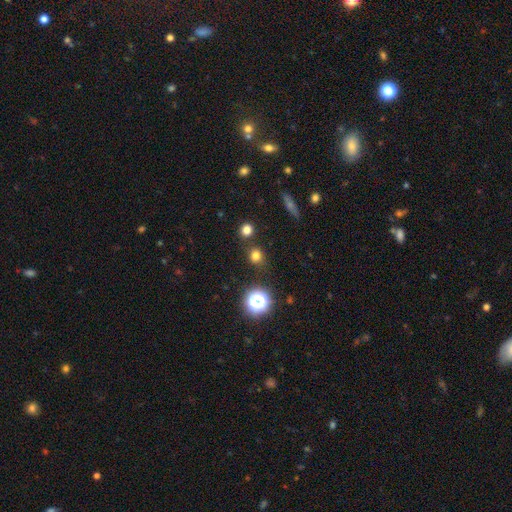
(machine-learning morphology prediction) The model was most divided on "smooth or featured": smooth: 74%, star or artifact: 20%, featured or disk: 6%. More confident: merging — none (82%); how rounded — round (80%).